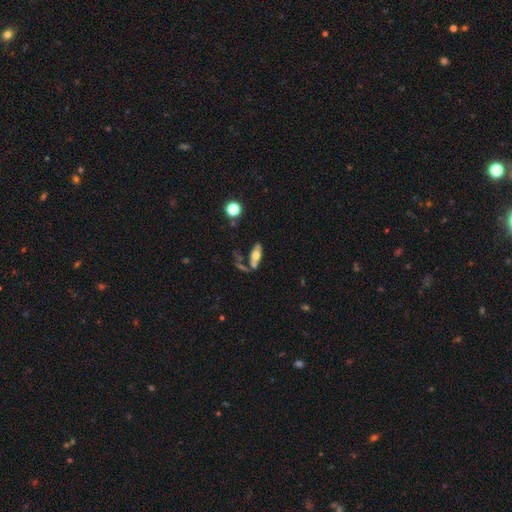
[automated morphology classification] smooth 55%, featured or disk 36%, star or artifact 8%. Down the decision tree: how rounded — in between (74%); merging — none (54%).